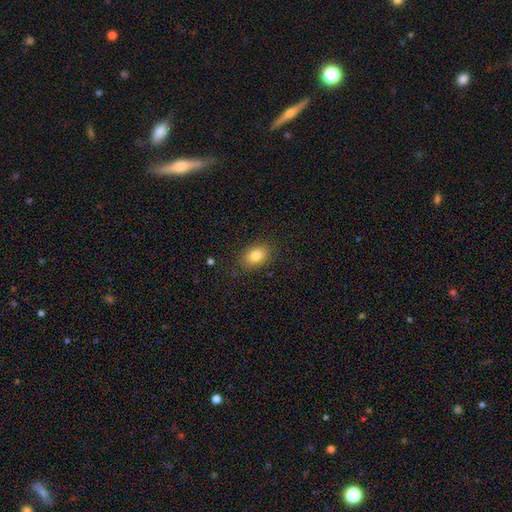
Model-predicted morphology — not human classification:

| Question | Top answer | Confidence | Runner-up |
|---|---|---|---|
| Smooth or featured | smooth | 83% | star or artifact (9%) |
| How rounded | in between | 77% | round (22%) |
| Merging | none | 85% | minor disturbance (11%) |